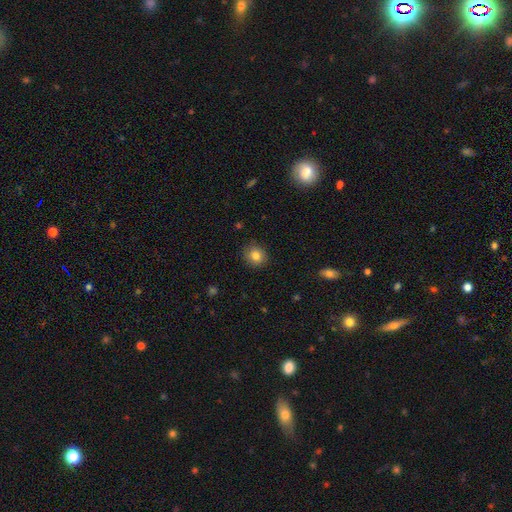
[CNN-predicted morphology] This is clearly a smooth galaxy (83%). How rounded: likely round (79%). Merging: clearly none (88%).